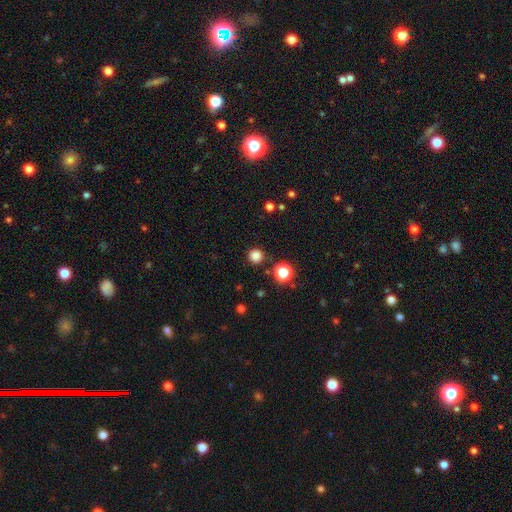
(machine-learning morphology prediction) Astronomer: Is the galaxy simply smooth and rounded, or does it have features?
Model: smooth — 82%.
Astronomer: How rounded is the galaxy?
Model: round — 95%.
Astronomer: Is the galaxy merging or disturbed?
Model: none — 89%.